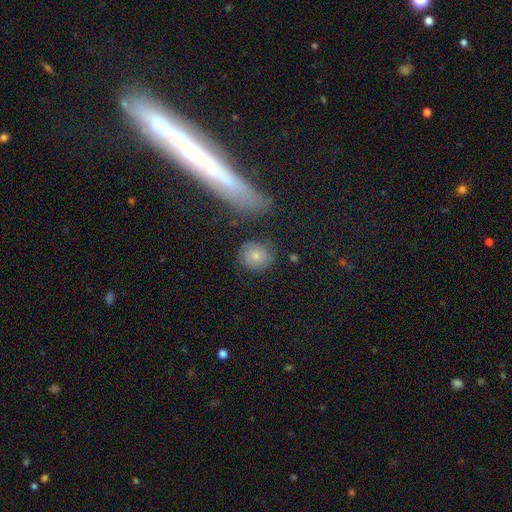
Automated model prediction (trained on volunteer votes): Smooth or featured?
  - smooth: 66% *
  - featured or disk: 25%
  - star or artifact: 10%
How rounded?
  - round: 82% *
  - in between: 17%
  - cigar-shaped: 1%
Merging?
  - none: 75% *
  - minor disturbance: 15%
  - major disturbance: 6%
  - merger: 4%